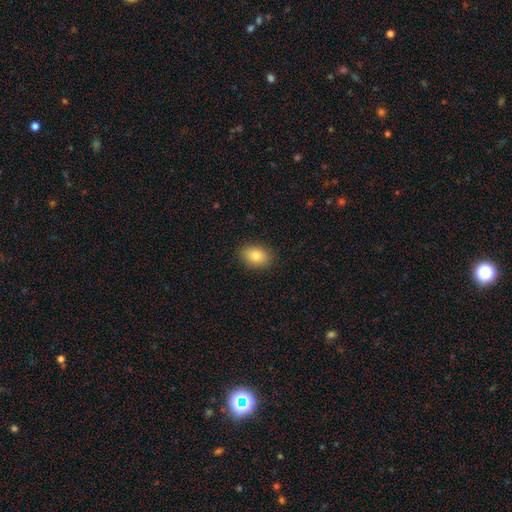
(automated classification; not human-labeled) Smooth or featured?
  - smooth: 82% *
  - star or artifact: 9%
  - featured or disk: 9%
How rounded?
  - in between: 73% *
  - round: 26%
  - cigar-shaped: 1%
Merging?
  - none: 88% *
  - minor disturbance: 8%
  - major disturbance: 2%
  - merger: 1%